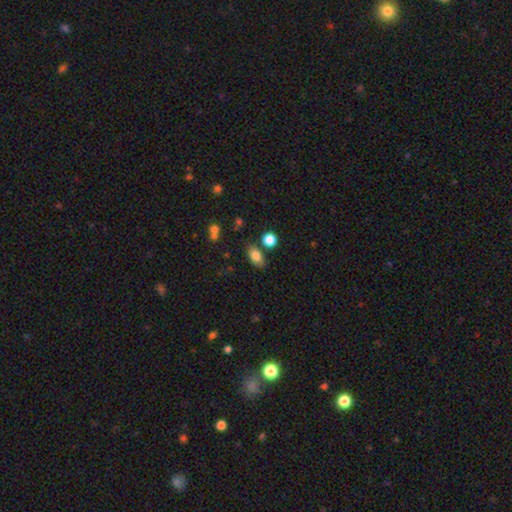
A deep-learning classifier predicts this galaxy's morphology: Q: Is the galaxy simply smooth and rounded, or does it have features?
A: smooth — 82%.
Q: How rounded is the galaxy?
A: in between — 87%.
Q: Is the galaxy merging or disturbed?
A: none — 74%.